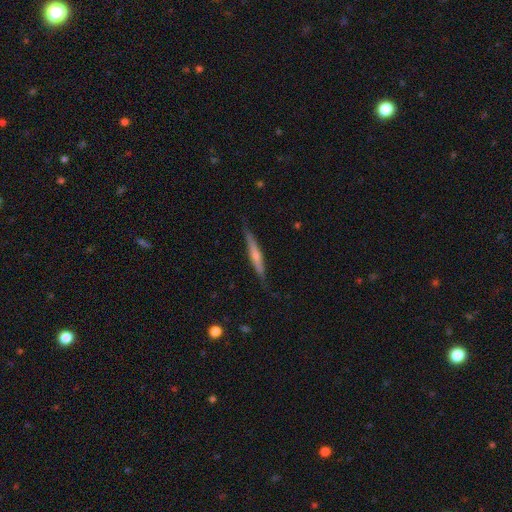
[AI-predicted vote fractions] This appears to be a featured or disk galaxy (52%) viewed edge-on (96%). Merging: none (84%).